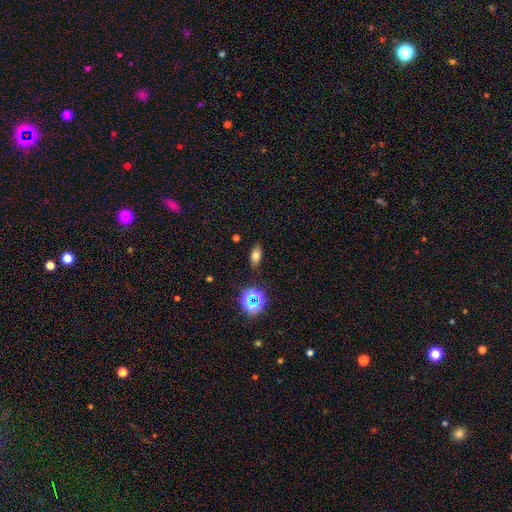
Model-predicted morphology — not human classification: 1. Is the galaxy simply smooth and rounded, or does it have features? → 71% smooth, 16% star or artifact, 12% featured or disk.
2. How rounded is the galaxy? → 82% in between, 10% round, 8% cigar-shaped.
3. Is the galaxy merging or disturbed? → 85% none, 11% minor disturbance, 3% major disturbance, 2% merger.